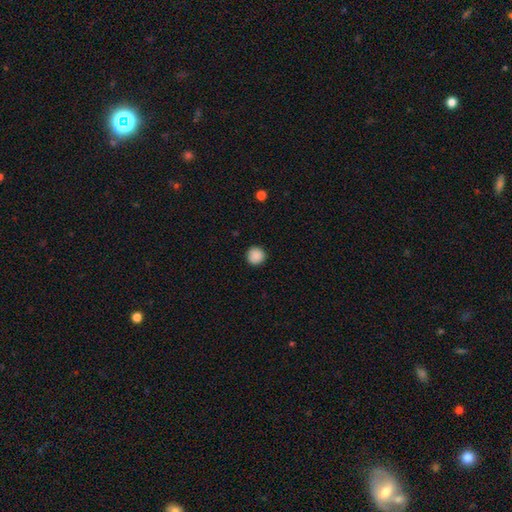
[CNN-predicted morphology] Smooth or featured? Predicted: smooth (p=0.89). How rounded? Predicted: round (p=0.96). Merging? Predicted: none (p=0.92).